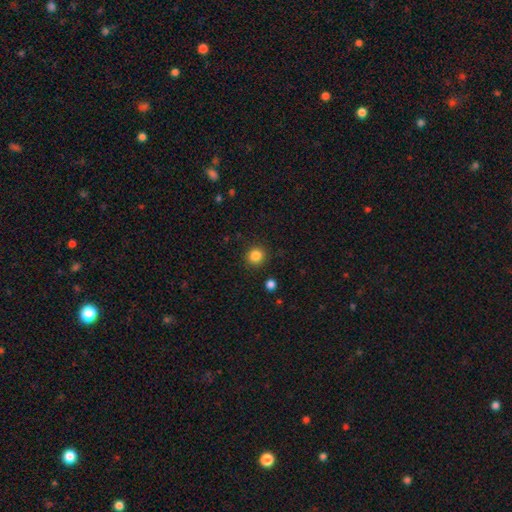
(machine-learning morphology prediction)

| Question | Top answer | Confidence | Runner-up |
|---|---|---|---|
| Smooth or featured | smooth | 85% | star or artifact (12%) |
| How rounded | round | 92% | in between (7%) |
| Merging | none | 90% | minor disturbance (6%) |